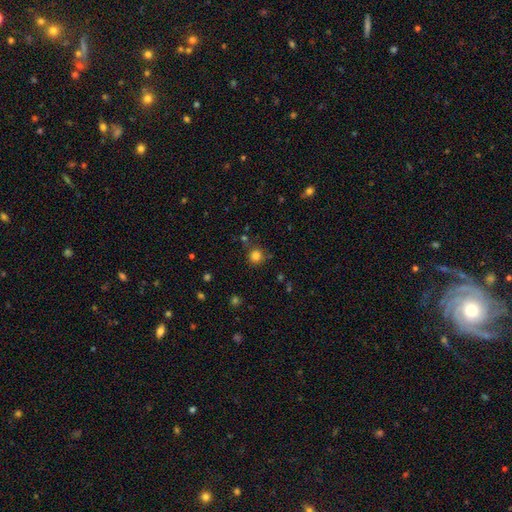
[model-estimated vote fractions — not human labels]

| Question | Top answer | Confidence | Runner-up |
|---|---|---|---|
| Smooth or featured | smooth | 81% | star or artifact (14%) |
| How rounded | round | 93% | in between (6%) |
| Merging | none | 80% | minor disturbance (10%) |